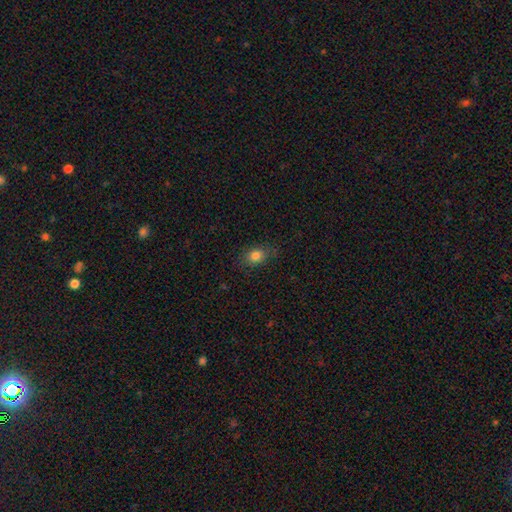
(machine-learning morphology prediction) smooth 82%, star or artifact 11%, featured or disk 8%. Down the decision tree: how rounded — in between (66%); merging — none (80%).